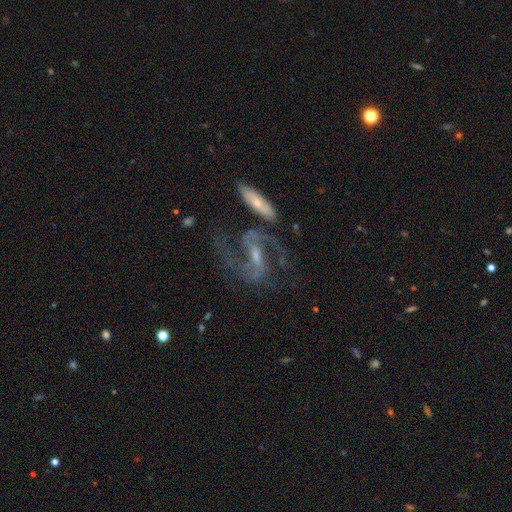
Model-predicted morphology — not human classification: smooth_or_featured: featured or disk (p=0.86) [alt: star or artifact p=0.07]
disk_edge_on: no (p=0.94) [alt: yes p=0.06]
bar: strong (p=0.44) [alt: weak p=0.41]
has_spiral_arms: yes (p=0.94) [alt: no p=0.06]
spiral_winding: medium (p=0.53) [alt: loose p=0.34]
spiral_arm_count: 2 (p=0.89) [alt: can't tell p=0.04]
bulge_size: small (p=0.53) [alt: moderate p=0.32]
merging: none (p=0.56) [alt: major disturbance p=0.17]